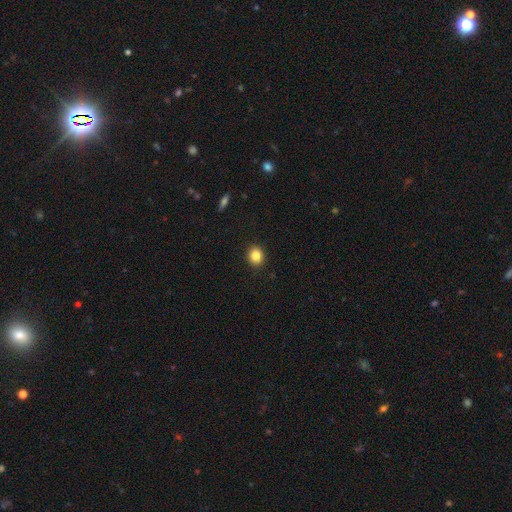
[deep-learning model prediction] This is clearly a smooth galaxy (86%). How rounded: likely round (78%). Merging: clearly none (91%).